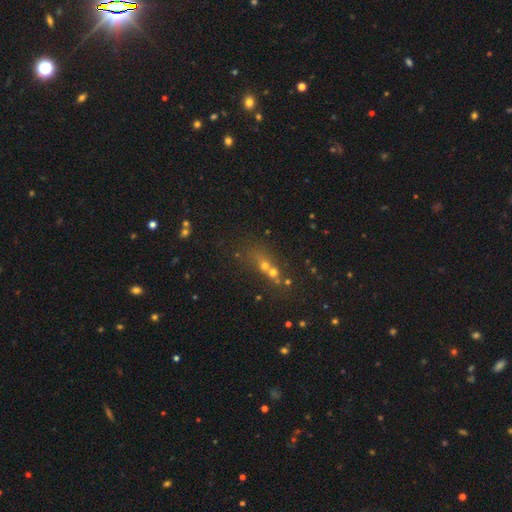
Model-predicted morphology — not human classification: This is marginally a smooth galaxy (41%). Merging: marginally none (41%).